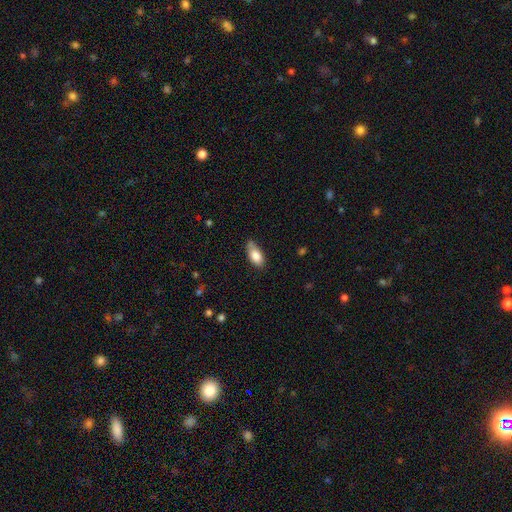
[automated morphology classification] type=smooth (83%); roundness=in between (88%); merging=none (59%).